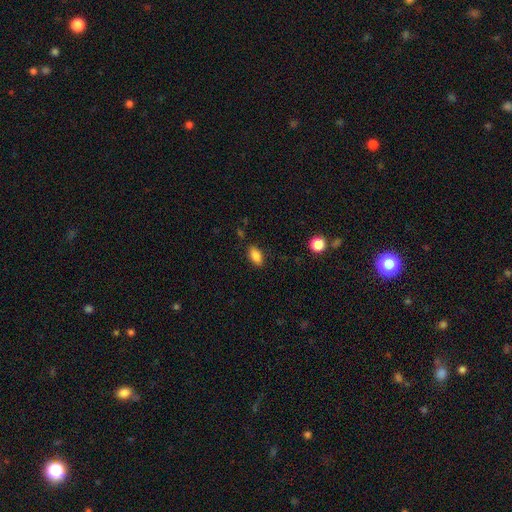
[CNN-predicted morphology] Smooth or featured?
  - smooth: 86% *
  - star or artifact: 9%
  - featured or disk: 5%
How rounded?
  - in between: 90% *
  - round: 6%
  - cigar-shaped: 4%
Merging?
  - none: 86% *
  - minor disturbance: 10%
  - major disturbance: 3%
  - merger: 2%